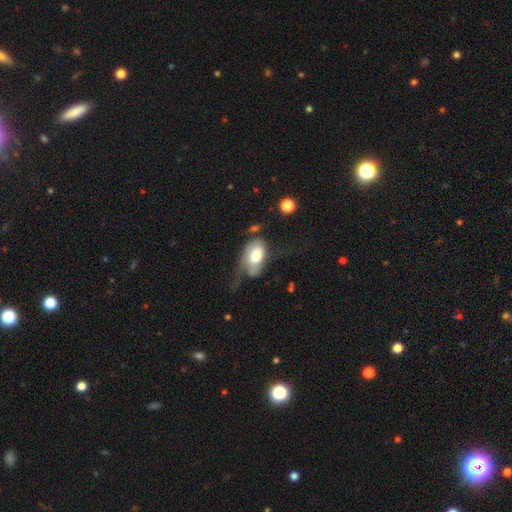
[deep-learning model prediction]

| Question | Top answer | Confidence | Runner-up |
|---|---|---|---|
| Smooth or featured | smooth | 65% | featured or disk (28%) |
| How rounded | in between | 89% | round (9%) |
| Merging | major disturbance | 42% | minor disturbance (28%) |